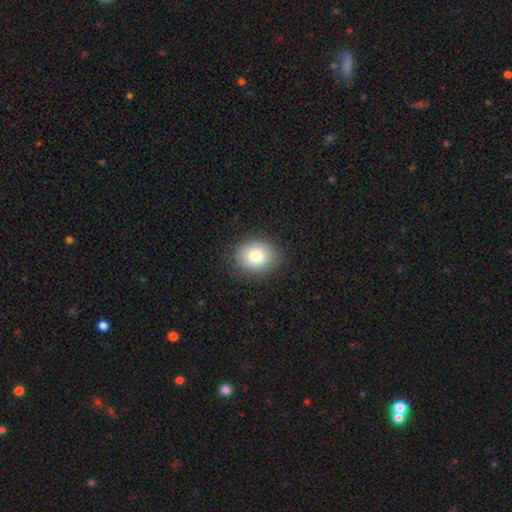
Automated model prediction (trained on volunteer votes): Smooth or featured? Predicted: smooth (p=0.80). How rounded? Predicted: round (p=0.58). Merging? Predicted: none (p=0.87).